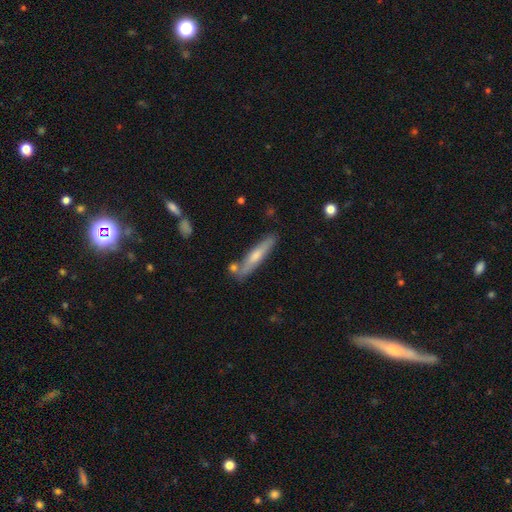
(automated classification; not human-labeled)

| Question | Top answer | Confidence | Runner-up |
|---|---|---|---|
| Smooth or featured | smooth | 51% | featured or disk (43%) |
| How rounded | cigar-shaped | 90% | in between (8%) |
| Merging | none | 78% | minor disturbance (13%) |